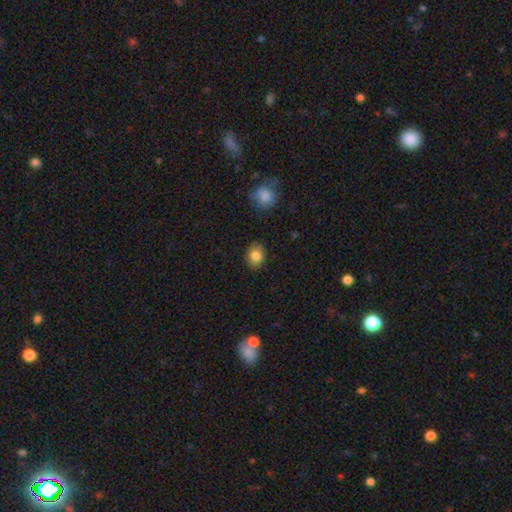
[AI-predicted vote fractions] smooth-or-featured: smooth: 83% | star or artifact: 9% | featured or disk: 8%
  how-rounded: in between: 54% | round: 45% | cigar-shaped: 1%
  merging: none: 85% | minor disturbance: 11% | major disturbance: 2% | merger: 1%